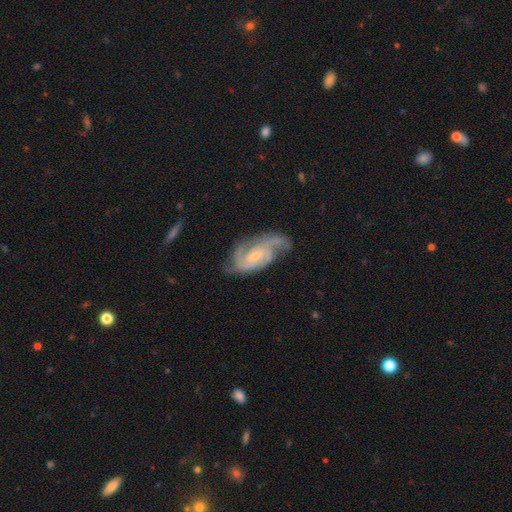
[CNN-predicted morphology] A featured or disk galaxy (88%) with no bar (44%, tied with weak), 2 (47%) medium (46%) spiral arms (97%) and a small central bulge (59%). Merging: none (63%).